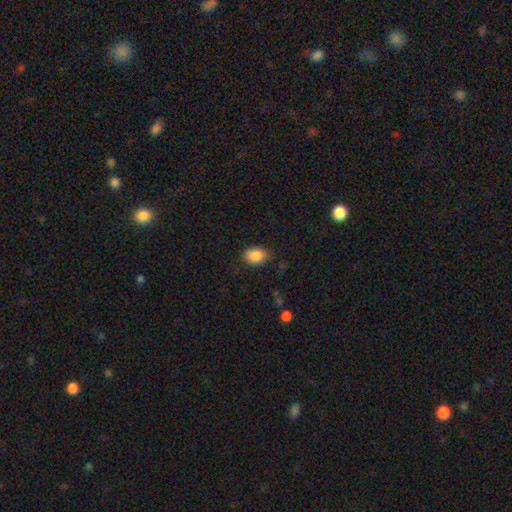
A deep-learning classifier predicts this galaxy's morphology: A smooth galaxy with no disk features (87%) that is in between round and cigar-shaped (78%).

Vote fractions:
- Smooth or featured? smooth: 87% / star or artifact: 8% / featured or disk: 5%
- How rounded? in between: 78% / round: 21% / cigar-shaped: 1%
- Merging? none: 78% / minor disturbance: 17% / major disturbance: 4% / merger: 1%